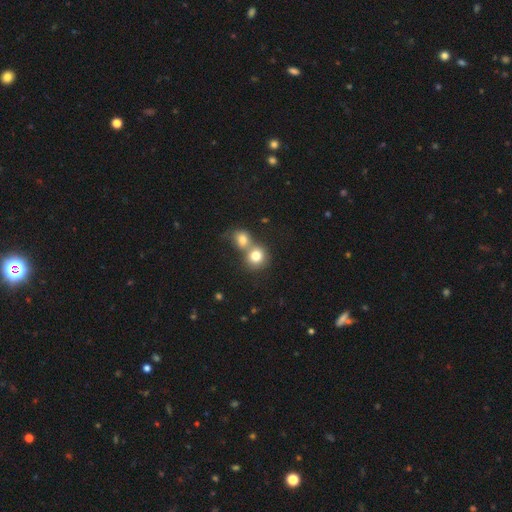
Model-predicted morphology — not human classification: smooth_or_featured: smooth (p=0.79) [alt: star or artifact p=0.11]
how_rounded: round (p=0.82) [alt: in between p=0.18]
merging: merger (p=0.57) [alt: none p=0.34]